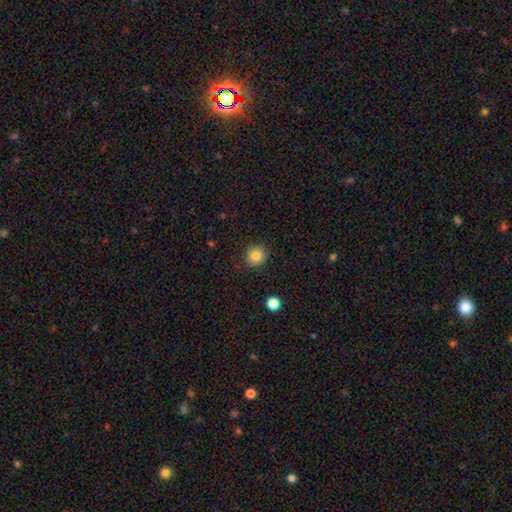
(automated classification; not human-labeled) smooth_or_featured: smooth (p=0.82) [alt: star or artifact p=0.11]
how_rounded: round (p=0.91) [alt: in between p=0.08]
merging: none (p=0.88) [alt: minor disturbance p=0.08]